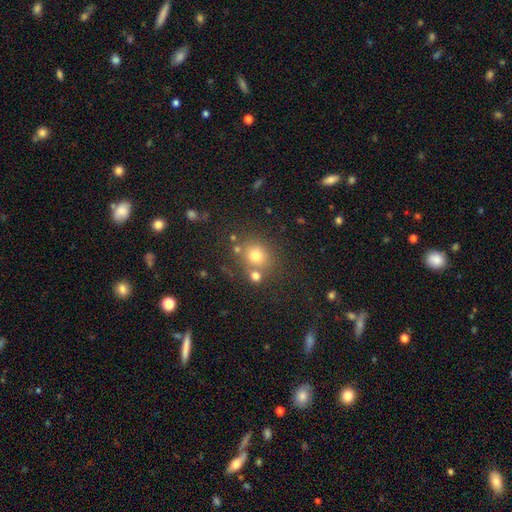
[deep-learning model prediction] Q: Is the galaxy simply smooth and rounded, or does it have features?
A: smooth — 73%.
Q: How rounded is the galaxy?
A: round — 79%.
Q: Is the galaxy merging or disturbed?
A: none — 67%.